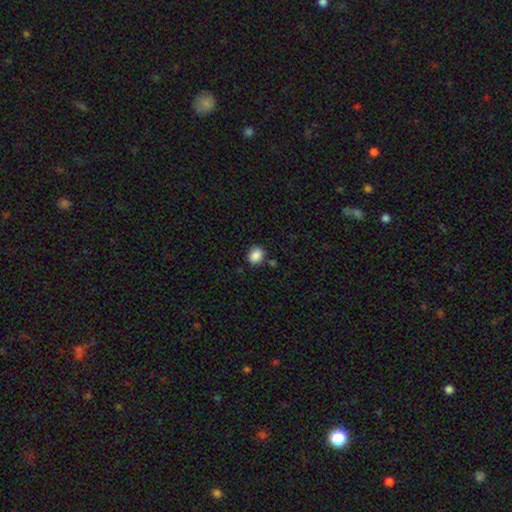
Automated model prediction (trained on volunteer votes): Overall: smooth (88%). How rounded: round (67%; in between 32%). Merging: none (81%).